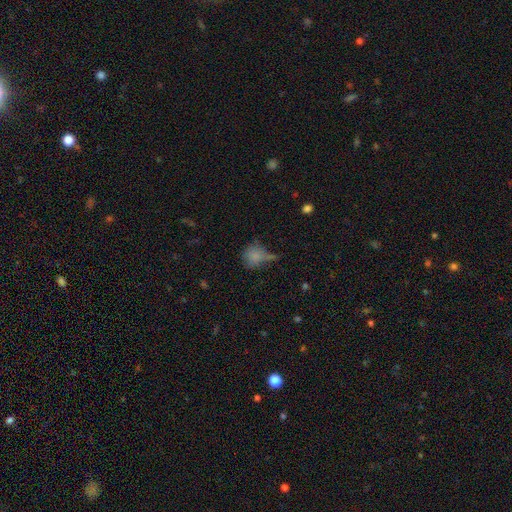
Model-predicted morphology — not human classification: smooth-or-featured: smooth: 77% | star or artifact: 12% | featured or disk: 11%
  how-rounded: round: 74% | in between: 25% | cigar-shaped: 2%
  merging: none: 45% | minor disturbance: 26% | major disturbance: 16% | merger: 13%